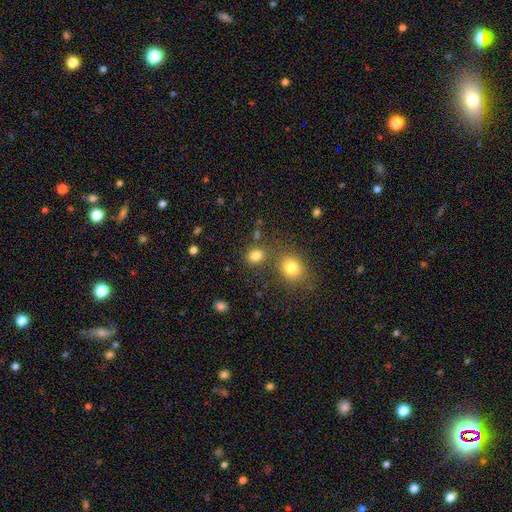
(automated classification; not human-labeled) smooth 81%, star or artifact 13%, featured or disk 6%. Down the decision tree: how rounded — round (62%); merging — none (72%).